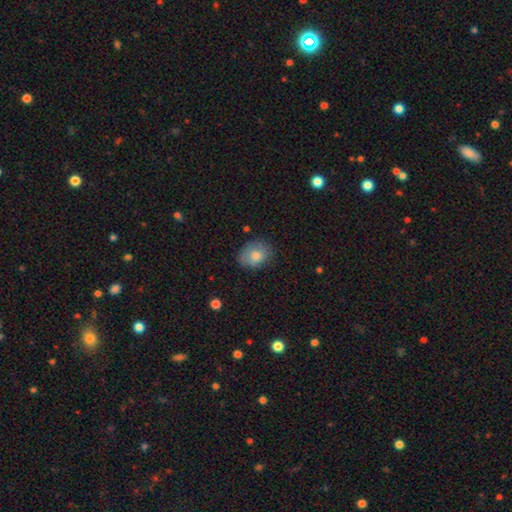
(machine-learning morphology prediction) A smooth galaxy with no disk features (75%) that is in between round and cigar-shaped (56%). Merging: none (74%).